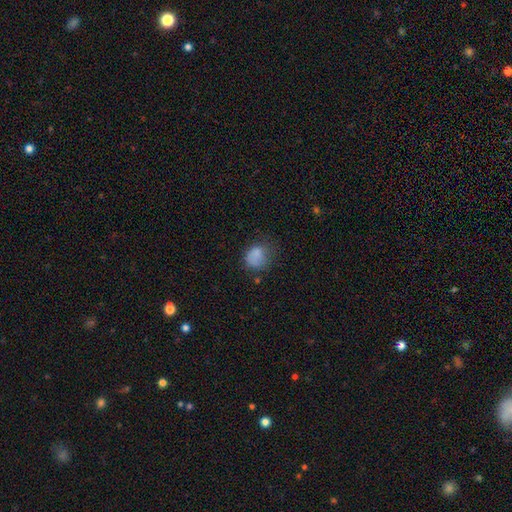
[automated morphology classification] A smooth galaxy with no disk features (78%) that is round (62%).

Vote fractions:
- Smooth or featured? smooth: 78% / star or artifact: 11% / featured or disk: 11%
- How rounded? round: 62% / in between: 37% / cigar-shaped: 1%
- Merging? none: 44% / minor disturbance: 31% / major disturbance: 21% / merger: 4%